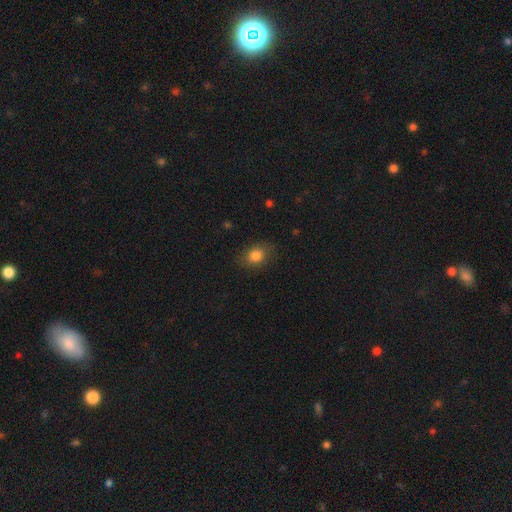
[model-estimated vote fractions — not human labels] Overall: smooth (82%). How rounded: in between (55%; round 44%). Merging: none (81%).